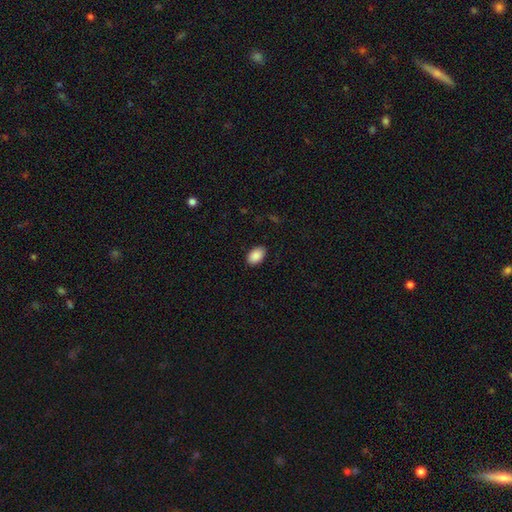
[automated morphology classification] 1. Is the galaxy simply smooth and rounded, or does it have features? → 90% smooth, 7% star or artifact, 3% featured or disk.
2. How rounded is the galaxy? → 91% in between, 7% round, 1% cigar-shaped.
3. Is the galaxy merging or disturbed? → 88% none, 9% minor disturbance, 2% major disturbance, 1% merger.